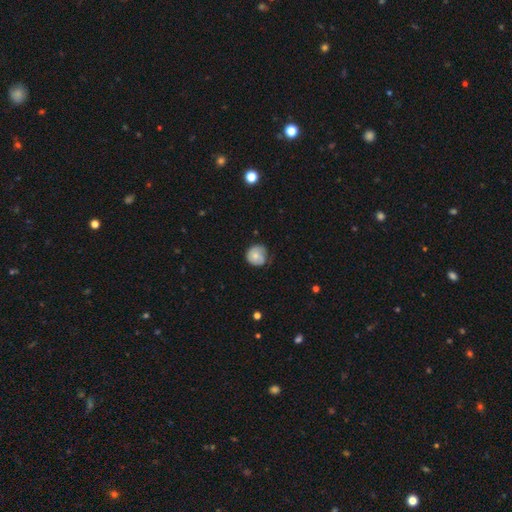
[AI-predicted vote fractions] A smooth galaxy with no disk features (61%) that is round (86%).

Vote fractions:
- Smooth or featured? smooth: 61% / featured or disk: 31% / star or artifact: 7%
- How rounded? round: 86% / in between: 14% / cigar-shaped: 1%
- Merging? none: 56% / minor disturbance: 33% / major disturbance: 9% / merger: 1%